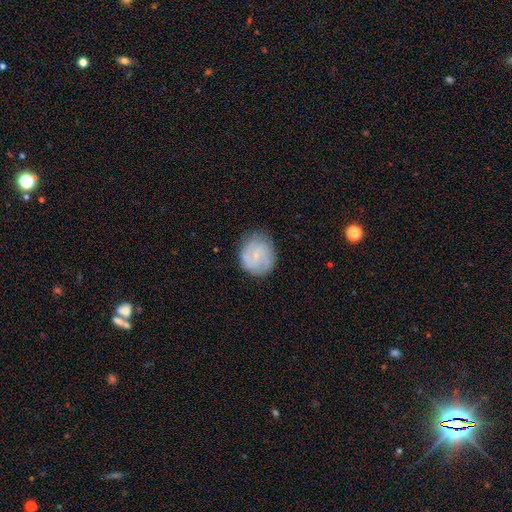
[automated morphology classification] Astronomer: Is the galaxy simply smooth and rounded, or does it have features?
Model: featured or disk — 61%.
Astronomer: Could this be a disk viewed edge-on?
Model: no — 98%.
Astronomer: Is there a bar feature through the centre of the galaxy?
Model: no — 53% (runner-up: weak, 41%).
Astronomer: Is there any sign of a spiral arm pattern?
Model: yes — 90%.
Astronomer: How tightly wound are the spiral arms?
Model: tight — 48% (runner-up: medium, 40%).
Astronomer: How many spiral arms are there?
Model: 2 — 47% (runner-up: can't tell, 25%).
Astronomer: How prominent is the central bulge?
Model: small — 73%.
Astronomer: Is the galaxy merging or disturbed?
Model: none — 78%.